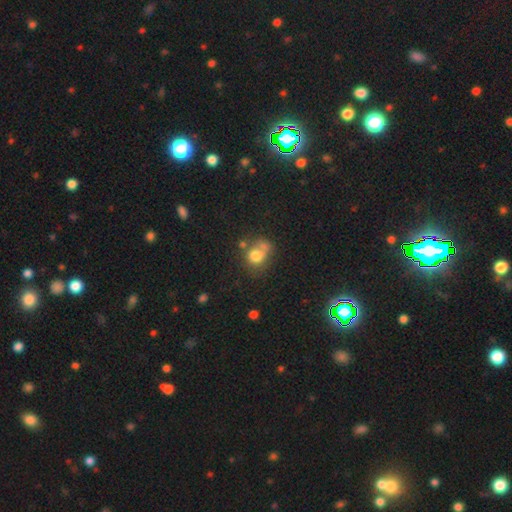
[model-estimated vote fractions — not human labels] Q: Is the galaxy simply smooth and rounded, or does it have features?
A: smooth — 71%.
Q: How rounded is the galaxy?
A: round — 66%.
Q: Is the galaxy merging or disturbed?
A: none — 36%.